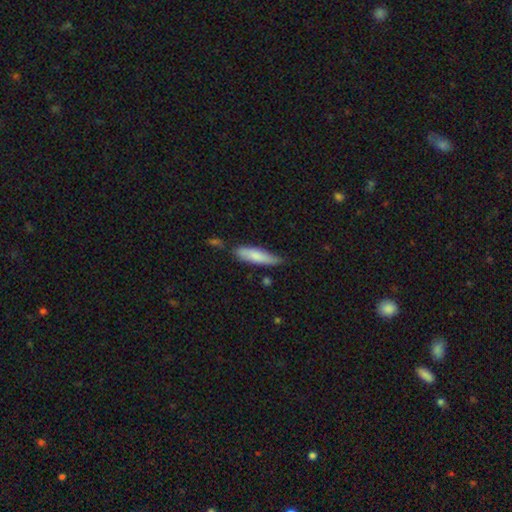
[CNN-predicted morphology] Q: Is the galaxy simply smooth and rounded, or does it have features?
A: smooth — 79%.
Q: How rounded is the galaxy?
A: cigar-shaped — 67%.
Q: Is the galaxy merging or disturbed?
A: none — 67%.